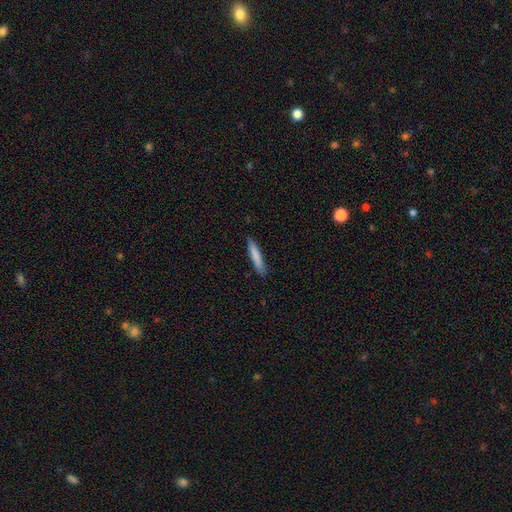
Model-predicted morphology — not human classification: smooth_or_featured: smooth (p=0.82) [alt: featured or disk p=0.13]
how_rounded: cigar-shaped (p=0.90) [alt: in between p=0.09]
merging: none (p=0.87) [alt: minor disturbance p=0.10]